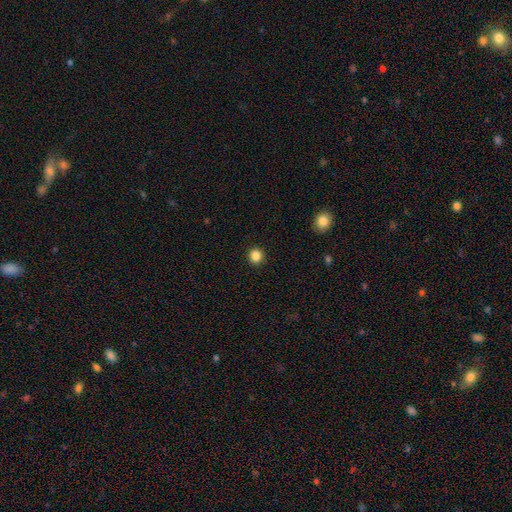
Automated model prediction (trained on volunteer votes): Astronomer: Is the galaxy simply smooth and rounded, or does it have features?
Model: smooth — 85%.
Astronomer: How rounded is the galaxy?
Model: round — 83%.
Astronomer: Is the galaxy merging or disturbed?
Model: none — 92%.